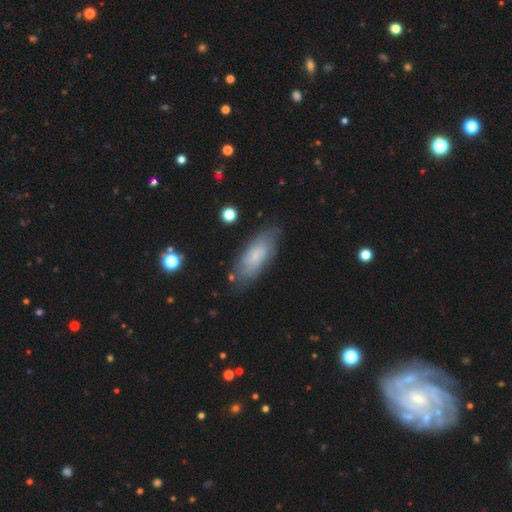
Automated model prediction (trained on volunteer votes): smooth 60%, featured or disk 33%, star or artifact 7%. Down the decision tree: how rounded — in between (74%); merging — none (77%).